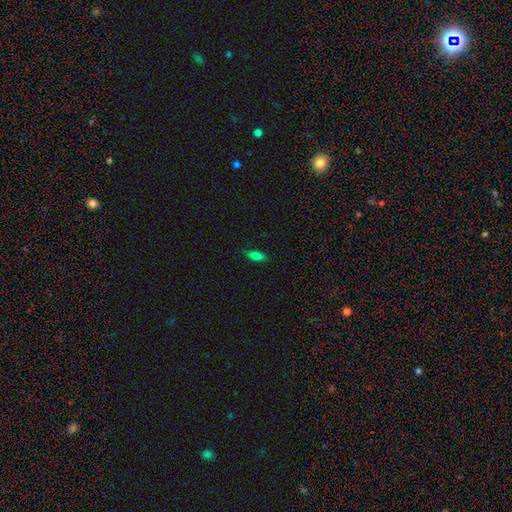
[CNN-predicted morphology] type=smooth (81%); roundness=in between (79%); merging=none (85%).